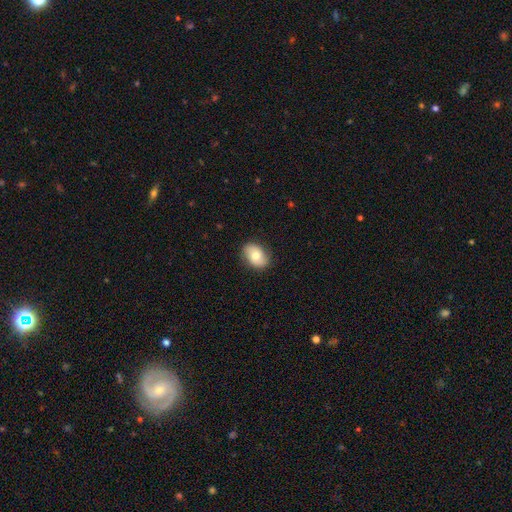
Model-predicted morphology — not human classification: type=smooth (69%); roundness=in between (79%); merging=none (83%).